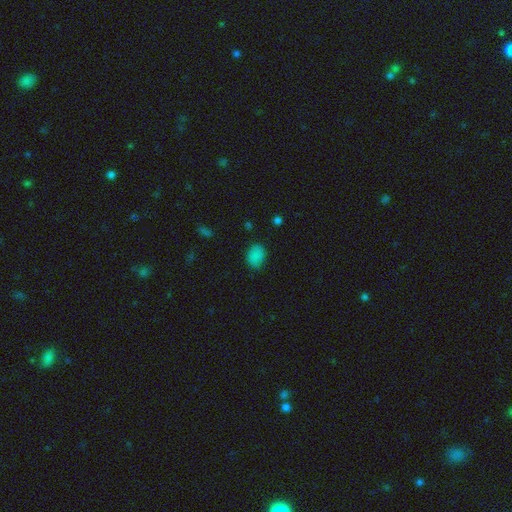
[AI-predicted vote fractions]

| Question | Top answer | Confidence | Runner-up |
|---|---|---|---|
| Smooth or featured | smooth | 83% | star or artifact (12%) |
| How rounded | in between | 68% | round (31%) |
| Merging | none | 76% | minor disturbance (19%) |